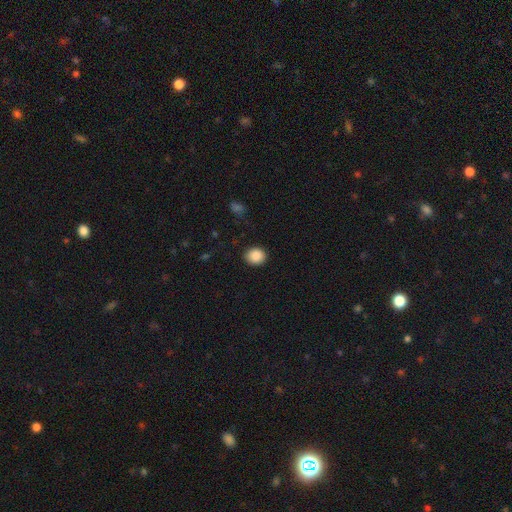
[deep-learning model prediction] Smooth or featured? smooth (89%)
How rounded? round (76%)
Merging? none (90%)